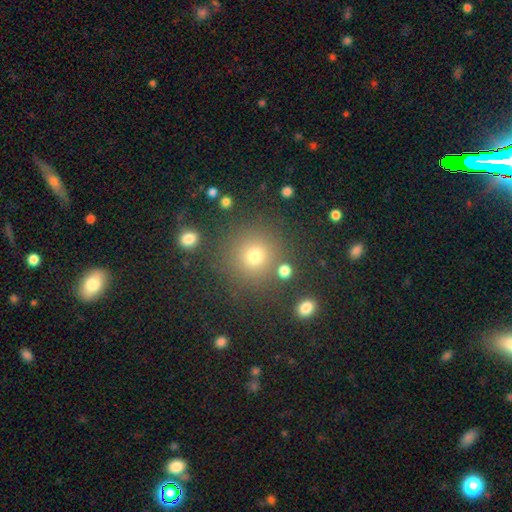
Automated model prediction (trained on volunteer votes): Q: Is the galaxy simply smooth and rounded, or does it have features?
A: smooth — 72%.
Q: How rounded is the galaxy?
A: round — 94%.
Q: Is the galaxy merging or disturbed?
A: none — 84%.